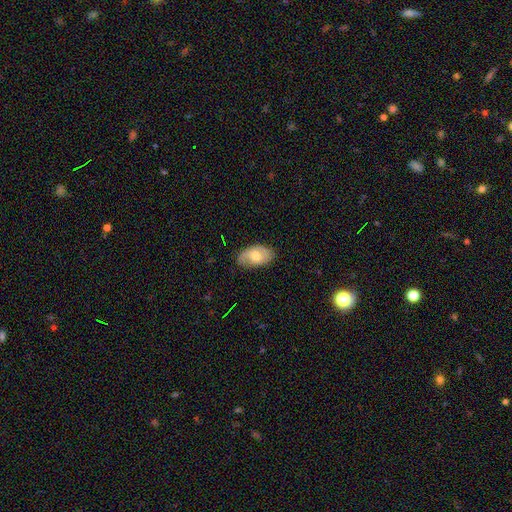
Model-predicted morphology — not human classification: This is possibly a smooth galaxy (53%). How rounded: clearly in between (92%). Merging: likely none (72%).